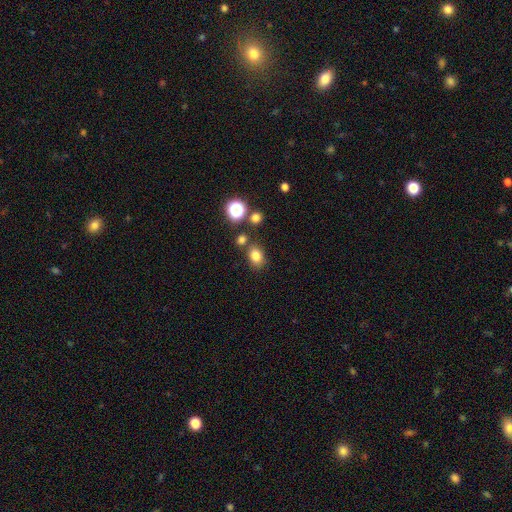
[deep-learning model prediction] This is likely a smooth galaxy (79%). How rounded: possibly in between (59%). Merging: likely none (72%).